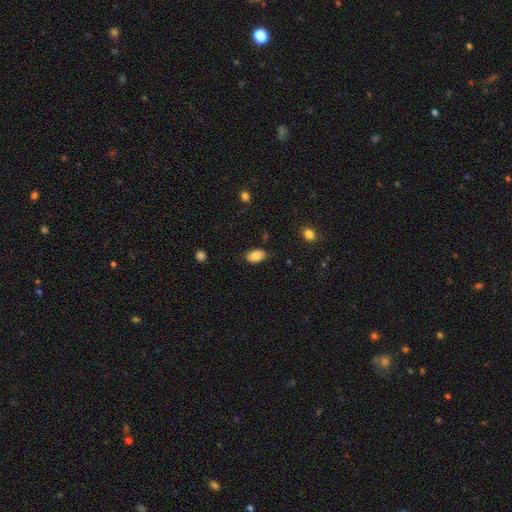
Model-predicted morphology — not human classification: Smooth or featured: smooth — 85% (star or artifact — 8%)
How rounded: in between — 92% (round — 7%)
Merging: none — 79% (minor disturbance — 16%)